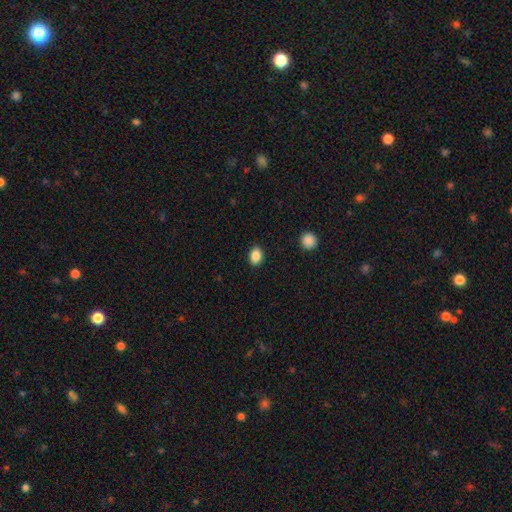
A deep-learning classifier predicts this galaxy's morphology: type=smooth (87%); roundness=in between (67%); merging=none (89%).